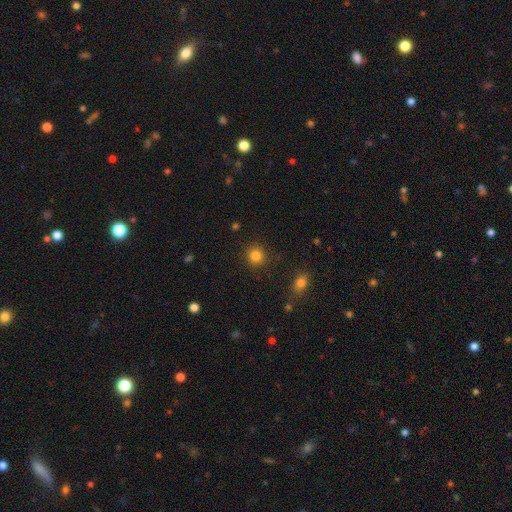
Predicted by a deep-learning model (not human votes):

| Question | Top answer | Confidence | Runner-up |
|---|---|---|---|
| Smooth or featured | smooth | 84% | star or artifact (12%) |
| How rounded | round | 90% | in between (9%) |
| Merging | none | 89% | minor disturbance (6%) |